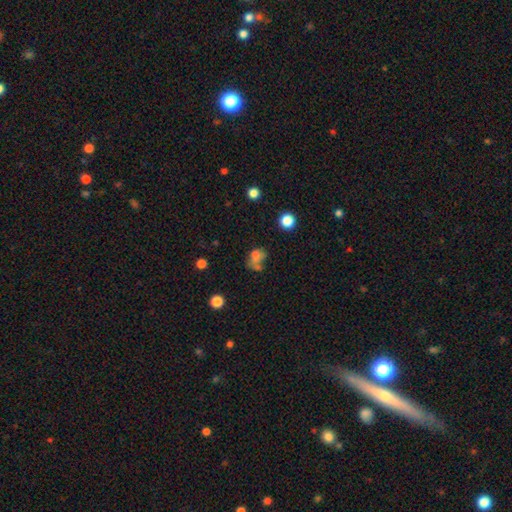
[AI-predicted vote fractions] Smooth or featured?
  - smooth: 66% *
  - featured or disk: 17%
  - star or artifact: 17%
How rounded?
  - in between: 60% *
  - round: 38%
  - cigar-shaped: 2%
Merging?
  - none: 30% *
  - merger: 25%
  - major disturbance: 23%
  - minor disturbance: 21%